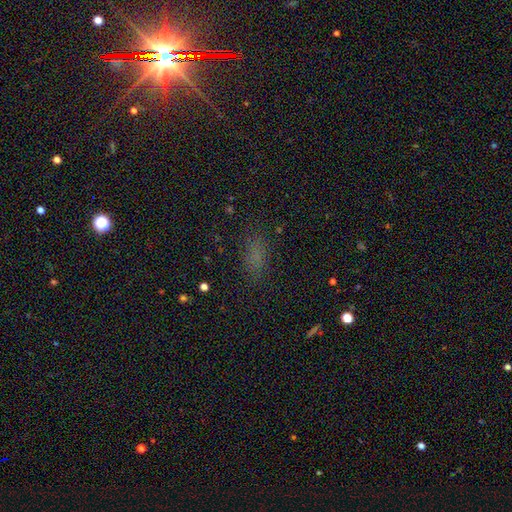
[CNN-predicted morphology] Overall: smooth (68%). How rounded: in between (76%). Merging: none (78%).